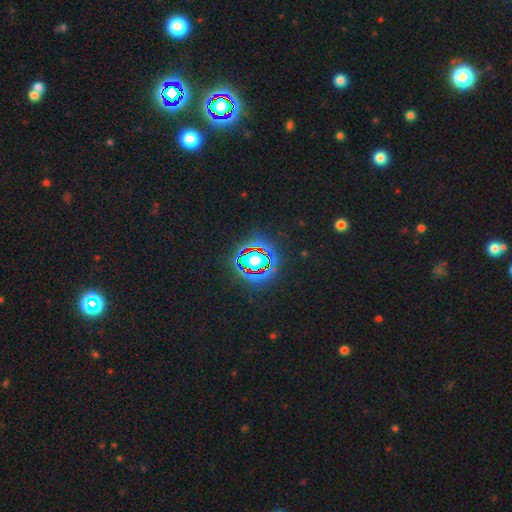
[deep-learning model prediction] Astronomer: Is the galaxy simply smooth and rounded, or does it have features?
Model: star or artifact — 81%.